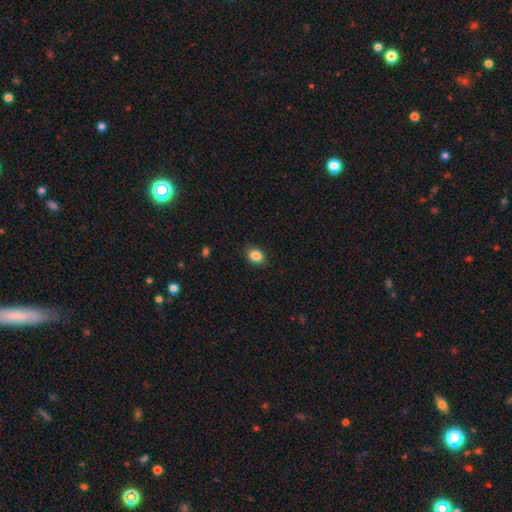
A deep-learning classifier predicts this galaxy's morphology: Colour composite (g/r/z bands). It shows a smooth galaxy with no disk features (86%) that is in between round and cigar-shaped (53%). Merging: none (88%).